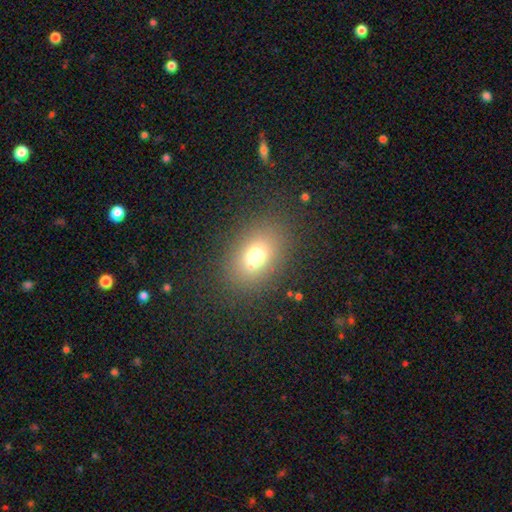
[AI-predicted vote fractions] Smooth or featured: smooth — 70% (star or artifact — 17%)
How rounded: in between — 64% (round — 35%)
Merging: none — 80% (minor disturbance — 11%)